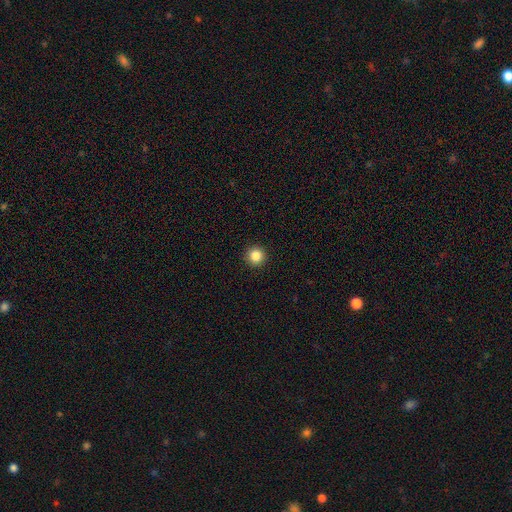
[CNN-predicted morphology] smooth 86%, star or artifact 10%, featured or disk 4%. Down the decision tree: how rounded — round (96%); merging — none (93%).